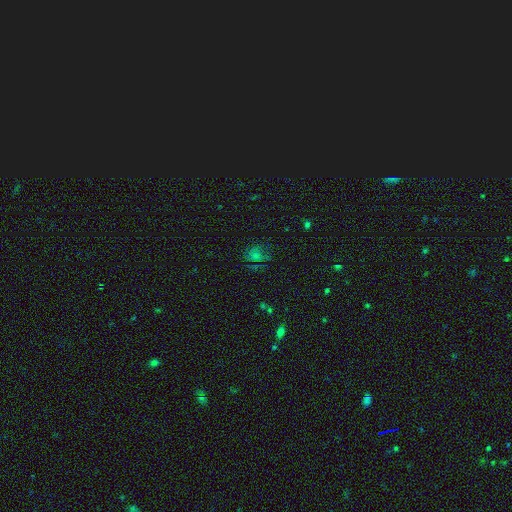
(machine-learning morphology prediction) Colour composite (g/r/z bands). It shows a smooth galaxy with no disk features (53%) that is round (68%). Merging: none (59%).